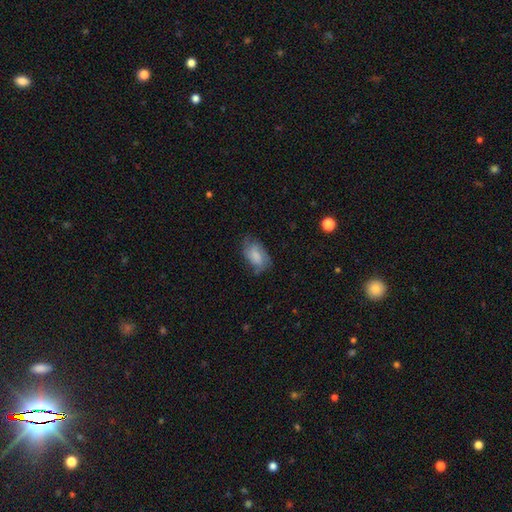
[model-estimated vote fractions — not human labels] Overall: smooth (66%). How rounded: in between (91%). Merging: none (57%; minor disturbance 30%).